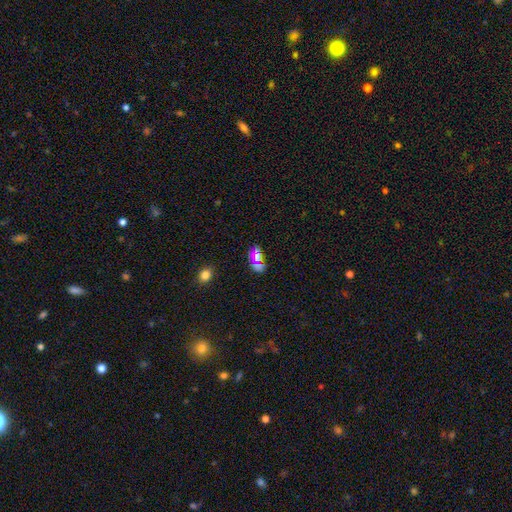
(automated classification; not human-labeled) Smooth or featured: smooth — 55% (star or artifact — 33%)
How rounded: in between — 70% (round — 27%)
Merging: none — 77% (minor disturbance — 12%)